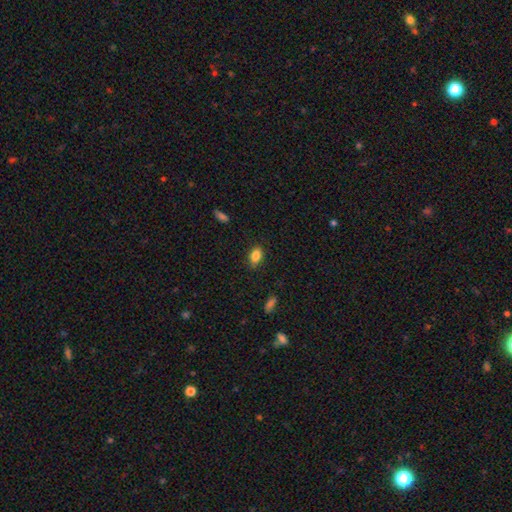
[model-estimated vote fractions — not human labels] Q: Smooth or featured?
A: smooth (84%); runner-up: star or artifact (9%)
Q: How rounded?
A: in between (85%); runner-up: round (11%)
Q: Merging?
A: none (84%); runner-up: minor disturbance (12%)